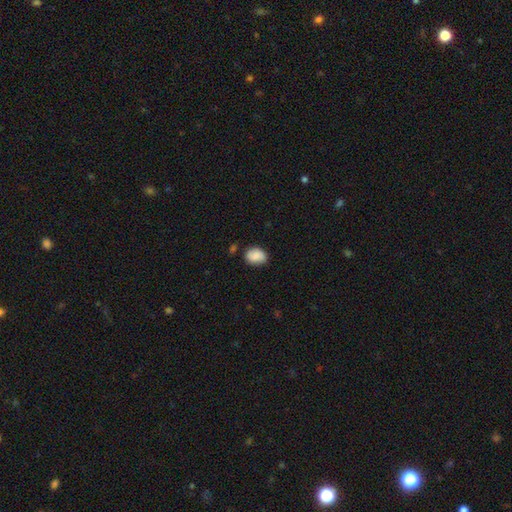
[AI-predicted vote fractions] This is clearly a smooth galaxy (86%). How rounded: likely in between (69%). Merging: likely none (73%).